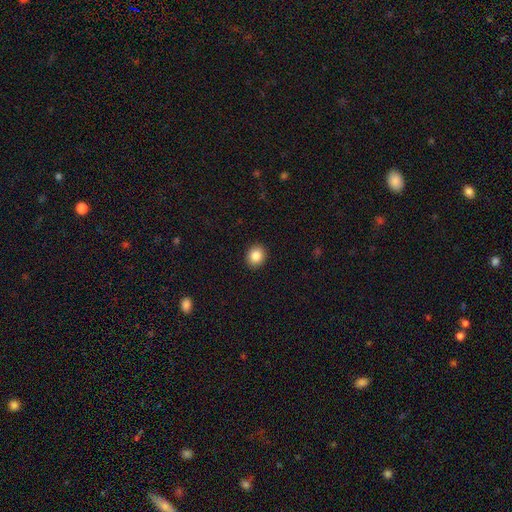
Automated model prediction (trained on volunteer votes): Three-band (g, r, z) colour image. It shows a smooth galaxy with no disk features (85%) that is round (73%). Merging: none (92%).